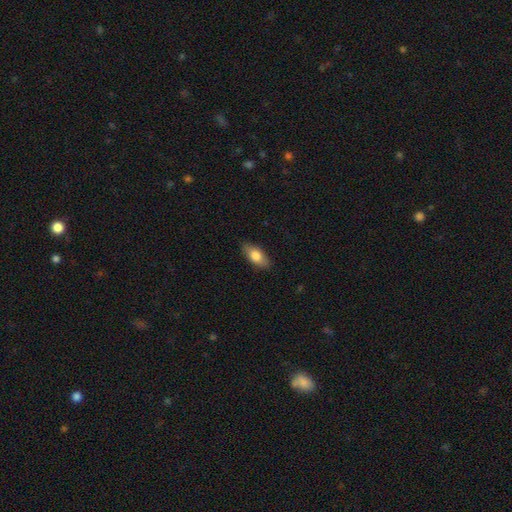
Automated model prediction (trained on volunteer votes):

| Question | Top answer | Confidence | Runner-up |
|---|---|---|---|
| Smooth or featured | smooth | 77% | featured or disk (16%) |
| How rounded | in between | 87% | cigar-shaped (10%) |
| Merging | none | 86% | minor disturbance (11%) |